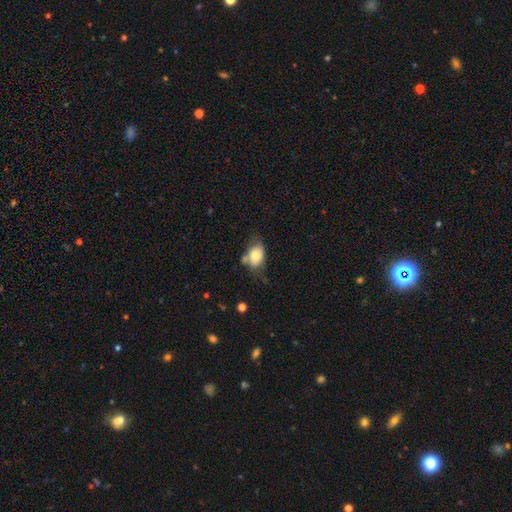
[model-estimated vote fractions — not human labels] smooth_or_featured: smooth (p=0.77) [alt: featured or disk p=0.15]
how_rounded: in between (p=0.81) [alt: round p=0.17]
merging: none (p=0.48) [alt: minor disturbance p=0.28]